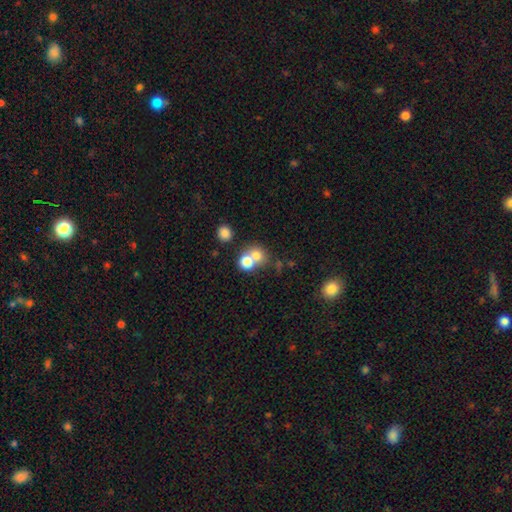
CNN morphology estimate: smooth-or-featured: smooth: 74% | featured or disk: 13% | star or artifact: 13%
  how-rounded: round: 77% | in between: 23% | cigar-shaped: 1%
  merging: merger: 55% | none: 36% | minor disturbance: 6% | major disturbance: 3%